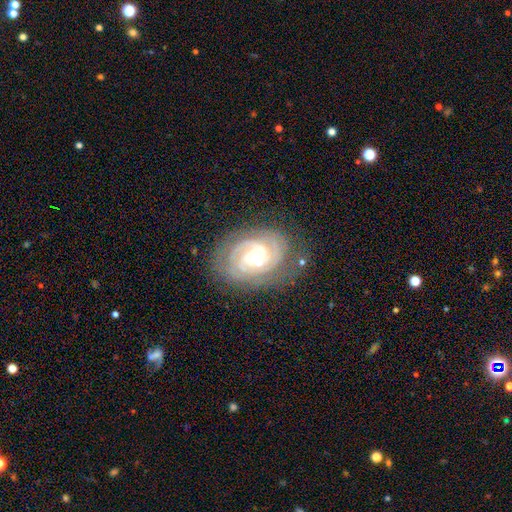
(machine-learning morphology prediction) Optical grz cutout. It shows a featured or disk galaxy (87%) with a weak bar (43%), 2 (32%) tight (75%) spiral arms (96%) and a moderate central bulge (51%). Merging: none (72%).